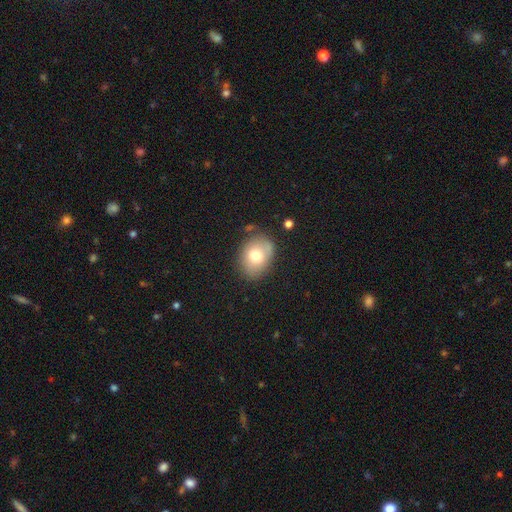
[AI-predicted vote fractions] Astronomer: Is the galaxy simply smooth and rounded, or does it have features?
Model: smooth — 73%.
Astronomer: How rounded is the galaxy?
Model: in between — 60% (runner-up: round, 39%).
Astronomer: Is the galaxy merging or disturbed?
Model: none — 75%.